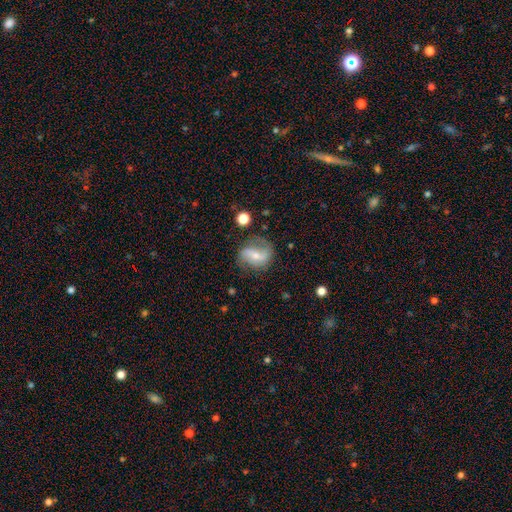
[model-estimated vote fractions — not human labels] Overall: featured or disk (67%). Edge-on disk: no (96%). Bar: strong (38%; weak 37%). Spiral arms: yes (85%). Spiral arm count: 2 (84%). Spiral winding: loose (52%; medium 34%). Bulge size: small (54%; moderate 38%). Merging: none (67%).